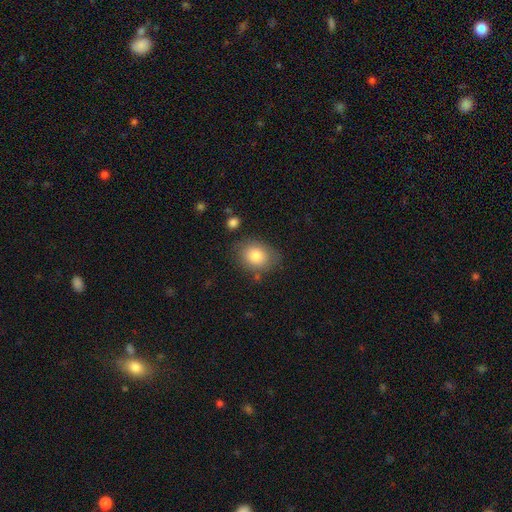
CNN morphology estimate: Q: Smooth or featured?
A: smooth (81%); runner-up: featured or disk (10%)
Q: How rounded?
A: in between (55%); runner-up: round (44%)
Q: Merging?
A: none (75%); runner-up: minor disturbance (17%)